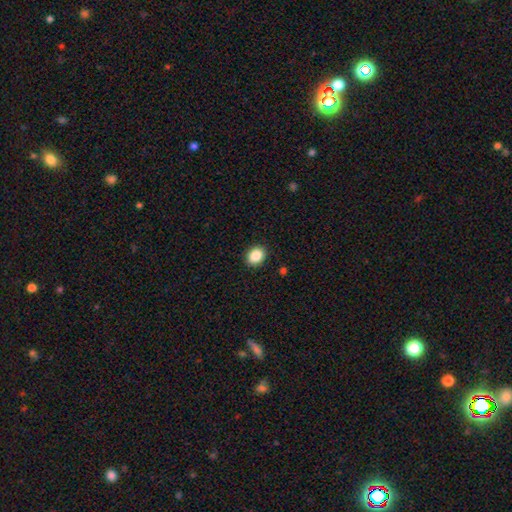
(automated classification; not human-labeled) smooth-or-featured: smooth: 87% | star or artifact: 9% | featured or disk: 4%
  how-rounded: round: 51% | in between: 48% | cigar-shaped: 1%
  merging: none: 91% | minor disturbance: 6% | major disturbance: 2% | merger: 1%